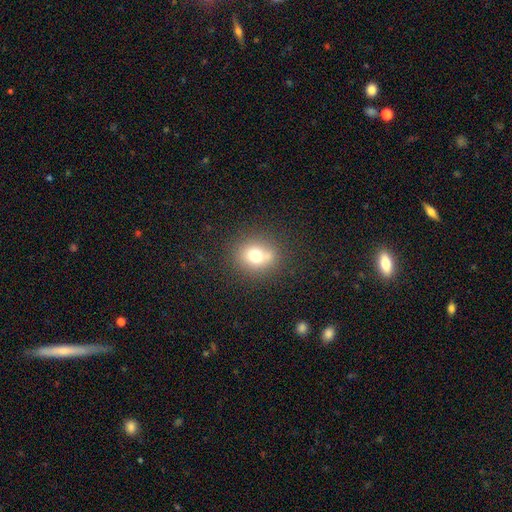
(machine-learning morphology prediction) smooth-or-featured: smooth: 71% | featured or disk: 14% | star or artifact: 14%
  how-rounded: round: 72% | in between: 27% | cigar-shaped: 1%
  merging: none: 72% | minor disturbance: 14% | merger: 9% | major disturbance: 5%